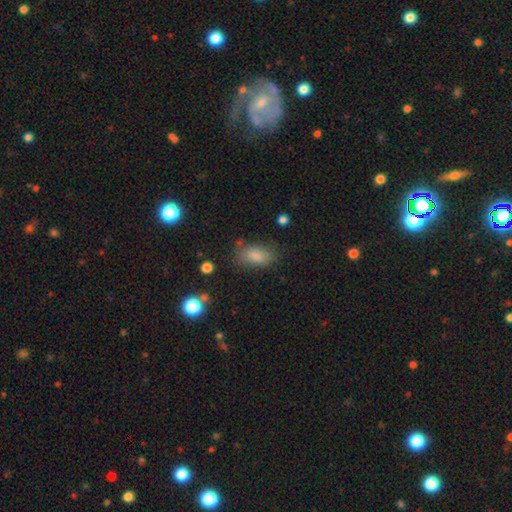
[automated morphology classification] Smooth or featured?
  - smooth: 83% *
  - star or artifact: 10%
  - featured or disk: 7%
How rounded?
  - in between: 88% *
  - cigar-shaped: 7%
  - round: 5%
Merging?
  - none: 73% *
  - minor disturbance: 18%
  - major disturbance: 6%
  - merger: 3%